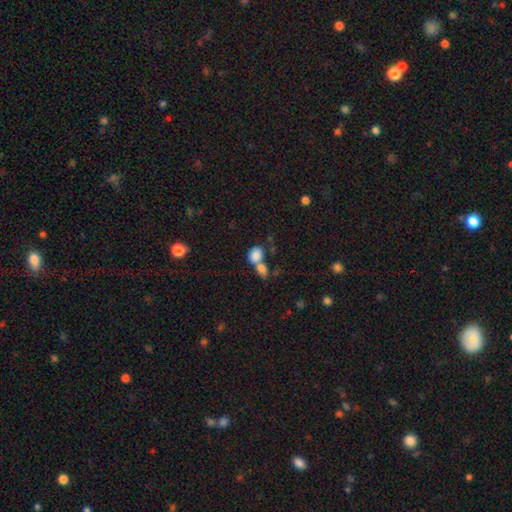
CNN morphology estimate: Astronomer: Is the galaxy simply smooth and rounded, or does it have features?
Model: smooth — 83%.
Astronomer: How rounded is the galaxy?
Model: in between — 63%.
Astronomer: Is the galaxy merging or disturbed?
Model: merger — 60%.